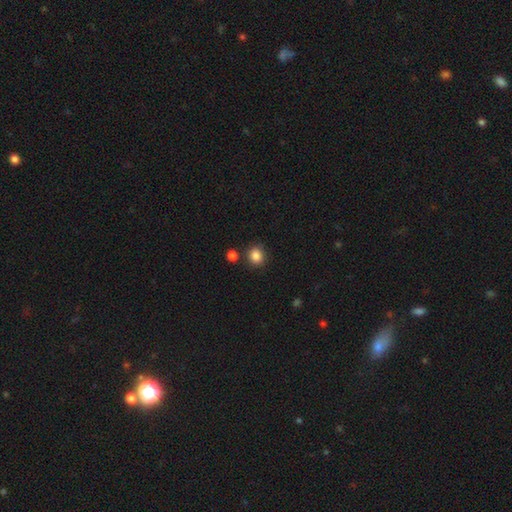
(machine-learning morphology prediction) smooth_or_featured: smooth (p=0.85) [alt: star or artifact p=0.10]
how_rounded: round (p=0.74) [alt: in between p=0.25]
merging: none (p=0.81) [alt: minor disturbance p=0.09]